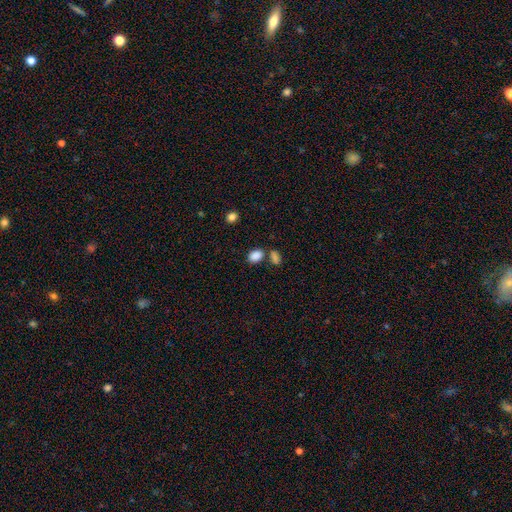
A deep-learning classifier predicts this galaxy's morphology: This is clearly a smooth galaxy (86%). How rounded: clearly in between (81%). Merging: likely none (60%).